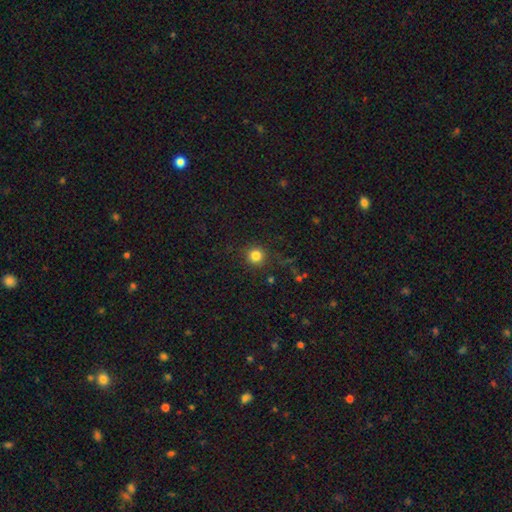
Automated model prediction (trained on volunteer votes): Morphology: type=smooth (82%); roundness=round (94%); merging=none (89%).